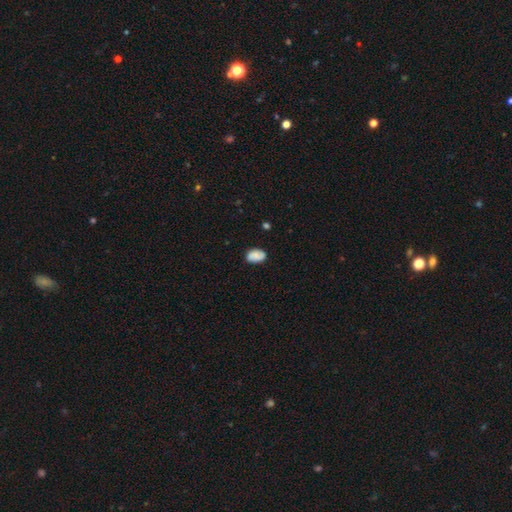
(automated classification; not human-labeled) Morphology: type=smooth (81%); roundness=in between (88%); merging=none (78%).